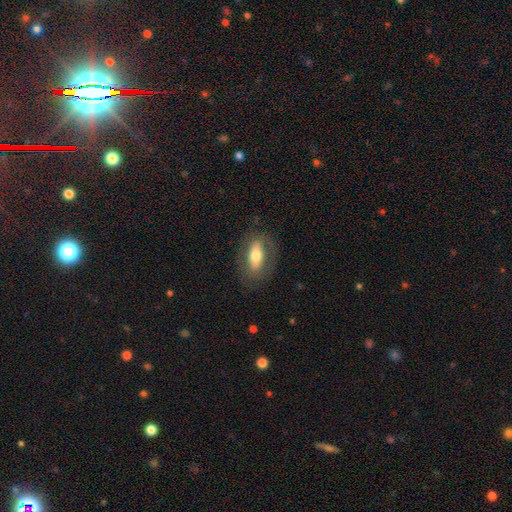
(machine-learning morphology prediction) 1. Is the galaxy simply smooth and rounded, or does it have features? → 52% smooth, 42% featured or disk, 6% star or artifact.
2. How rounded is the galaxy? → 81% in between, 12% cigar-shaped, 6% round.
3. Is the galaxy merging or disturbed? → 78% none, 14% minor disturbance, 7% major disturbance, 1% merger.